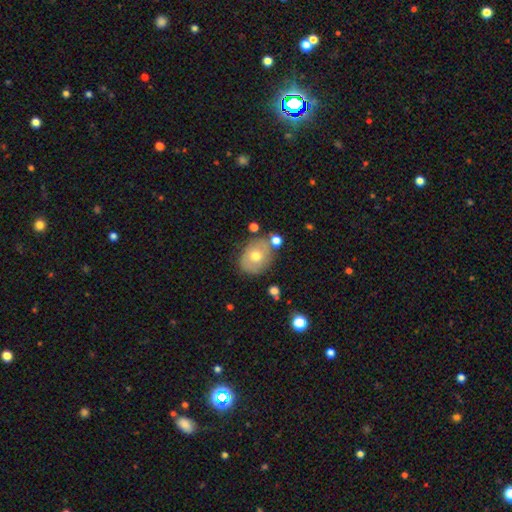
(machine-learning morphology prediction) smooth_or_featured: smooth (p=0.59) [alt: featured or disk p=0.32]
how_rounded: in between (p=0.54) [alt: round p=0.45]
merging: none (p=0.68) [alt: minor disturbance p=0.17]